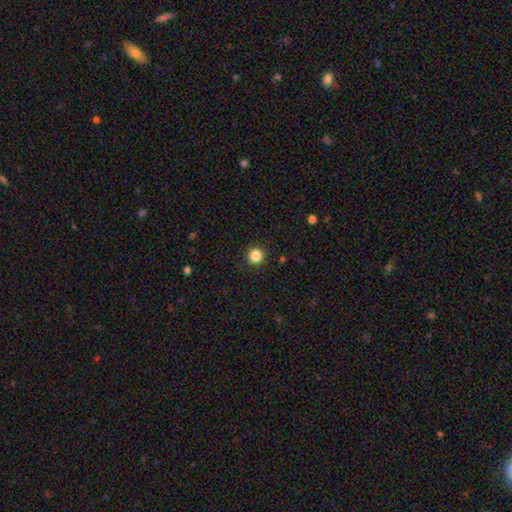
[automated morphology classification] A smooth galaxy with no disk features (85%) that is round (95%).

Vote fractions:
- Smooth or featured? smooth: 85% / star or artifact: 11% / featured or disk: 4%
- How rounded? round: 95% / in between: 4% / cigar-shaped: 1%
- Merging? none: 92% / minor disturbance: 5% / major disturbance: 2% / merger: 1%